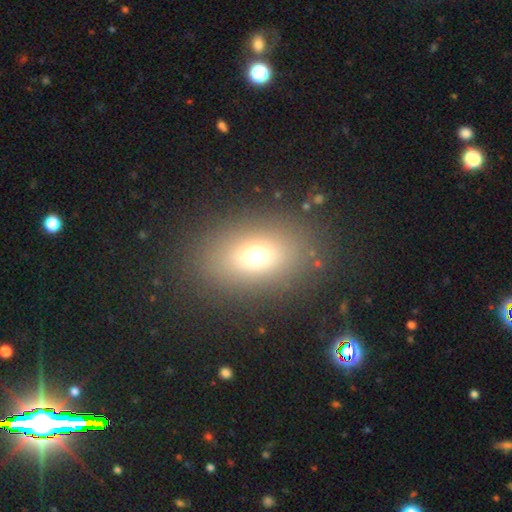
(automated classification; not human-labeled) Smooth or featured? Predicted: smooth (p=0.70). How rounded? Predicted: in between (p=0.74). Merging? Predicted: none (p=0.85).